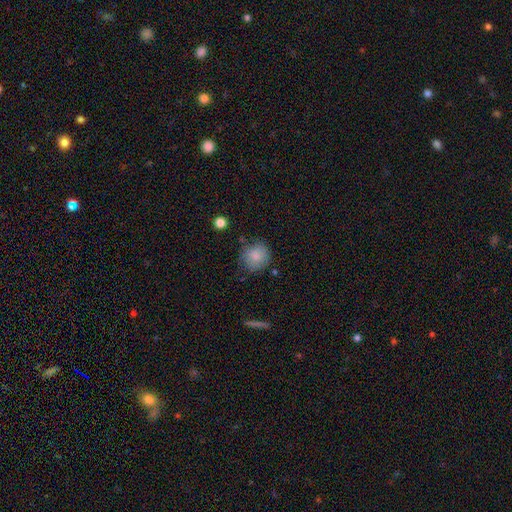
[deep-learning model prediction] Smooth or featured? Predicted: smooth (p=0.84). How rounded? Predicted: round (p=0.85). Merging? Predicted: none (p=0.72).